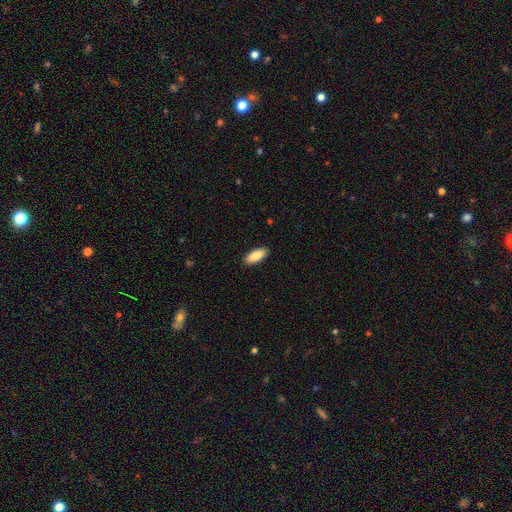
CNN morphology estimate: smooth-or-featured: smooth: 87% | featured or disk: 7% | star or artifact: 6%
  how-rounded: in between: 83% | cigar-shaped: 15% | round: 2%
  merging: none: 90% | minor disturbance: 7% | major disturbance: 2% | merger: 1%